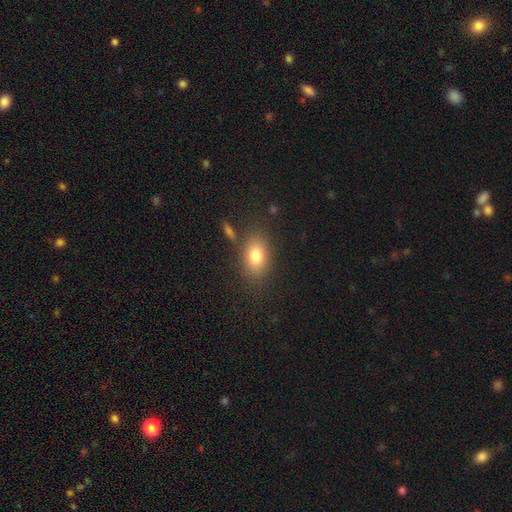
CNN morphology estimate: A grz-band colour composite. It shows a smooth galaxy with no disk features (80%) that is in between round and cigar-shaped (82%). Merging: none (78%).